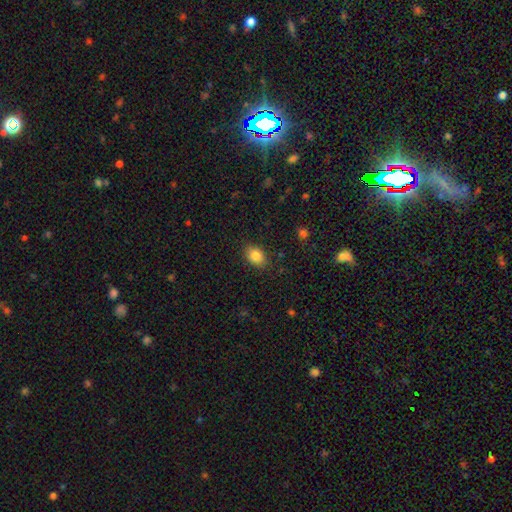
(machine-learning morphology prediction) Smooth or featured? Predicted: smooth (p=0.84). How rounded? Predicted: in between (p=0.77). Merging? Predicted: none (p=0.86).